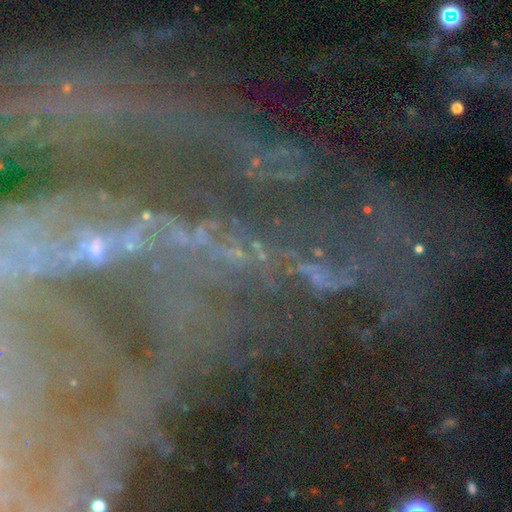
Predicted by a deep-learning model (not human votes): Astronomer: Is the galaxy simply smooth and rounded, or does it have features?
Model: featured or disk — 48% (runner-up: star or artifact, 41%).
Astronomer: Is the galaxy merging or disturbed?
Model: none — 62%.